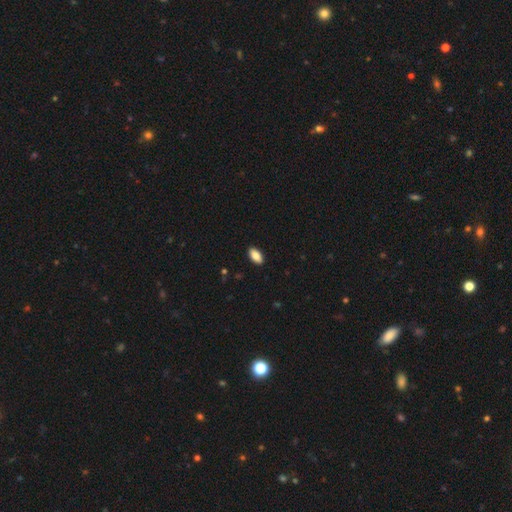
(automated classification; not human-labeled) A smooth galaxy with no disk features (85%) that is in between round and cigar-shaped (93%). Merging: none (90%).